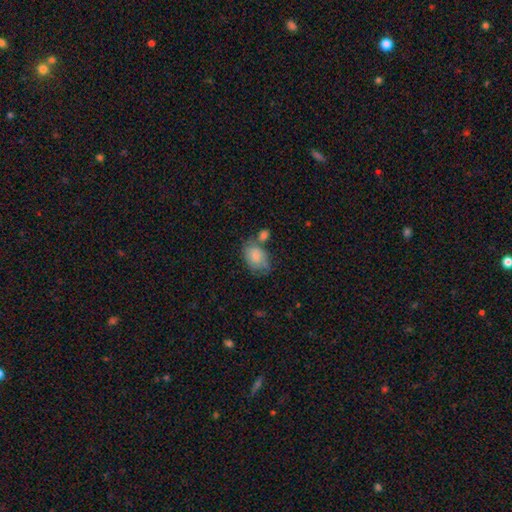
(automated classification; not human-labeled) smooth_or_featured: smooth (p=0.78) [alt: featured or disk p=0.15]
how_rounded: in between (p=0.79) [alt: round p=0.20]
merging: none (p=0.39) [alt: merger p=0.26]